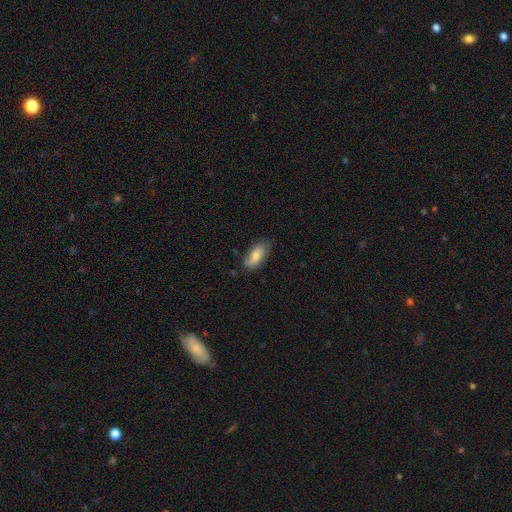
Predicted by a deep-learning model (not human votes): Smooth or featured? Predicted: smooth (p=0.72). How rounded? Predicted: in between (p=0.89). Merging? Predicted: none (p=0.71).